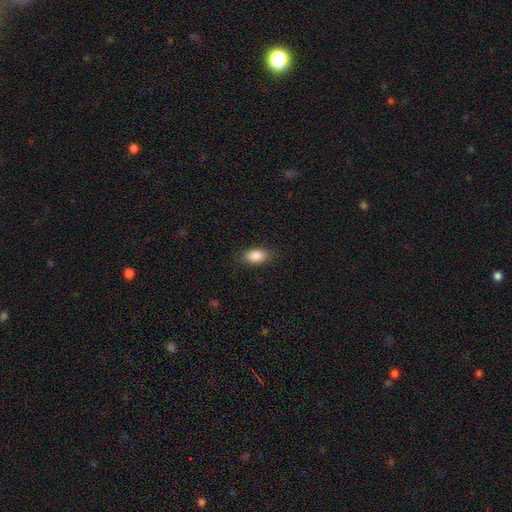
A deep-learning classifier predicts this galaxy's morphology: smooth-or-featured: smooth: 87% | star or artifact: 7% | featured or disk: 6%
  how-rounded: in between: 90% | round: 5% | cigar-shaped: 4%
  merging: none: 84% | minor disturbance: 12% | major disturbance: 3% | merger: 1%